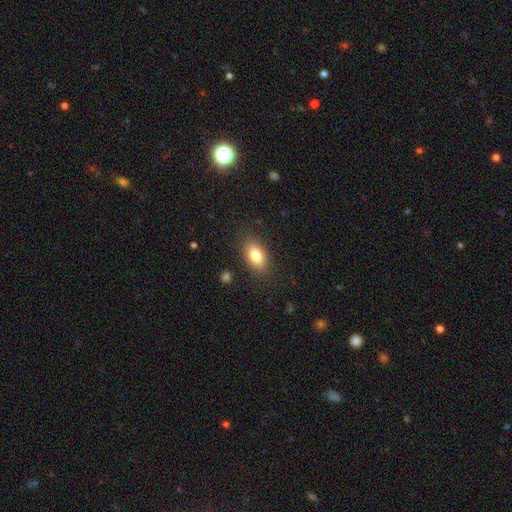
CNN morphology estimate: A smooth galaxy with no disk features (81%) that is in between round and cigar-shaped (88%).

Vote fractions:
- Smooth or featured? smooth: 81% / featured or disk: 11% / star or artifact: 8%
- How rounded? in between: 88% / round: 8% / cigar-shaped: 4%
- Merging? none: 85% / minor disturbance: 10% / major disturbance: 3% / merger: 1%